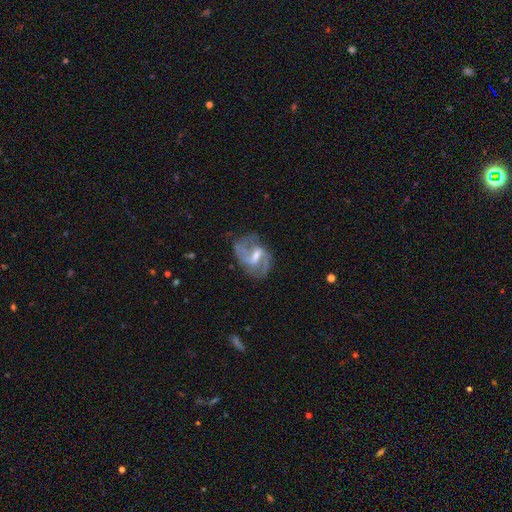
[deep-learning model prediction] Q: Smooth or featured?
A: featured or disk (86%); runner-up: smooth (7%)
Q: Edge-on disk?
A: no (97%); runner-up: yes (3%)
Q: Bar?
A: weak (55%); runner-up: strong (33%)
Q: Spiral arms?
A: yes (95%); runner-up: no (5%)
Q: Spiral winding?
A: medium (48%); runner-up: loose (38%)
Q: Spiral arm count?
A: 2 (82%); runner-up: can't tell (7%)
Q: Bulge size?
A: moderate (44%); runner-up: small (43%)
Q: Merging?
A: none (67%); runner-up: minor disturbance (20%)